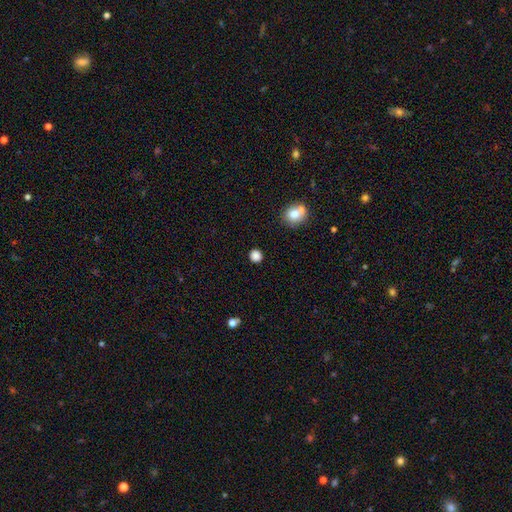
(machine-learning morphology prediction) smooth-or-featured: smooth: 85% | star or artifact: 11% | featured or disk: 3%
  how-rounded: round: 89% | in between: 10% | cigar-shaped: 1%
  merging: none: 89% | minor disturbance: 7% | major disturbance: 2% | merger: 2%